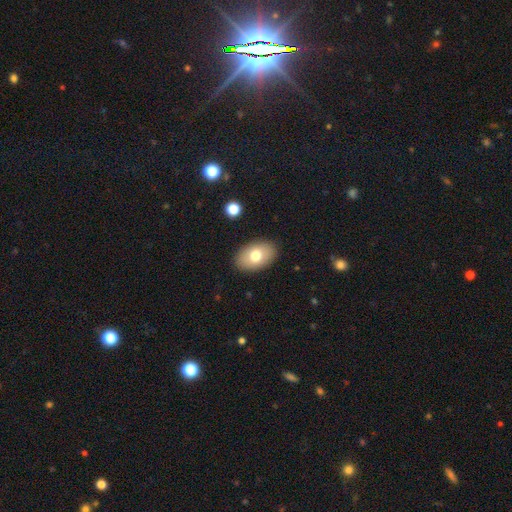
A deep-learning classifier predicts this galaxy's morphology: The model was most divided on "smooth or featured": smooth: 75%, featured or disk: 18%, star or artifact: 8%. More confident: how rounded — in between (89%); merging — none (88%).